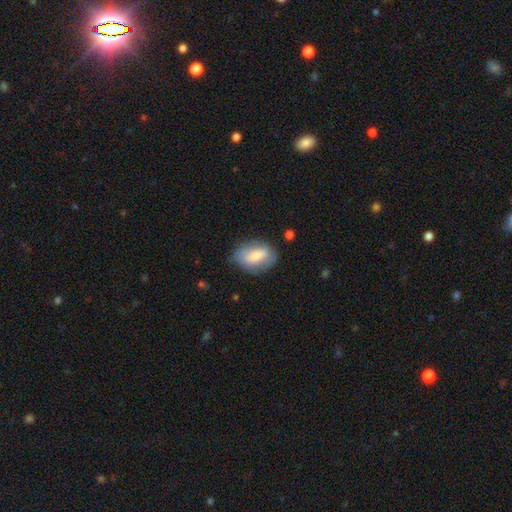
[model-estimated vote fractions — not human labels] Smooth or featured? Predicted: smooth (p=0.66). How rounded? Predicted: in between (p=0.85). Merging? Predicted: none (p=0.70).